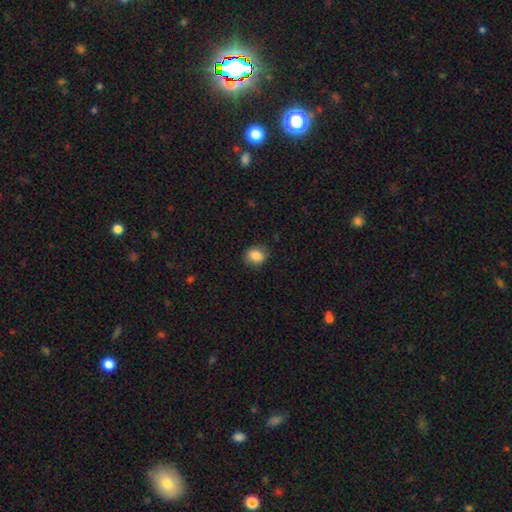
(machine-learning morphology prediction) The model was most divided on "how rounded": round: 68%, in between: 31%, cigar-shaped: 1%. More confident: smooth or featured — smooth (86%); merging — none (85%).